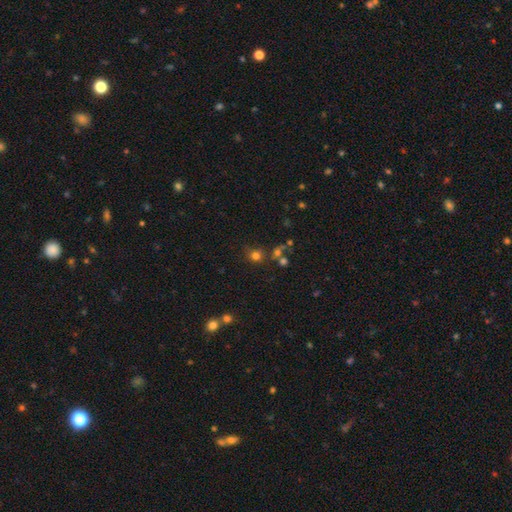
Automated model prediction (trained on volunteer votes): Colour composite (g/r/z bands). It shows a smooth galaxy with no disk features (73%) that is round (85%). Merging: none (67%).